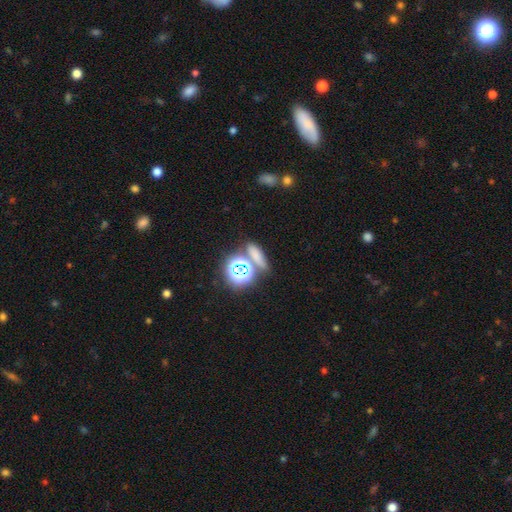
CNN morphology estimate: This appears to be a smooth galaxy with no disk features (60%) that is in between round and cigar-shaped (41%). Merging: none (66%).